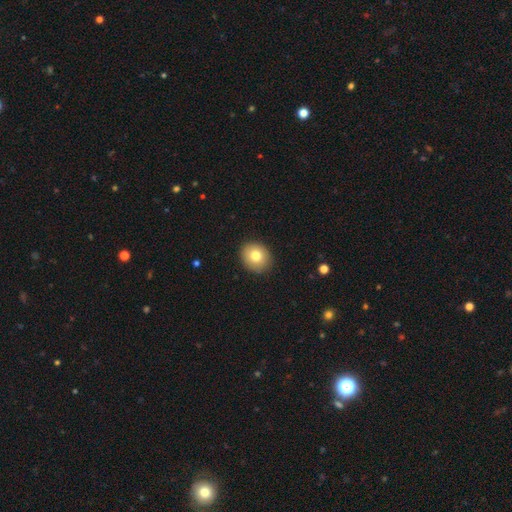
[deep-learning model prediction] Morphology: type=smooth (79%); roundness=round (70%); merging=none (90%).